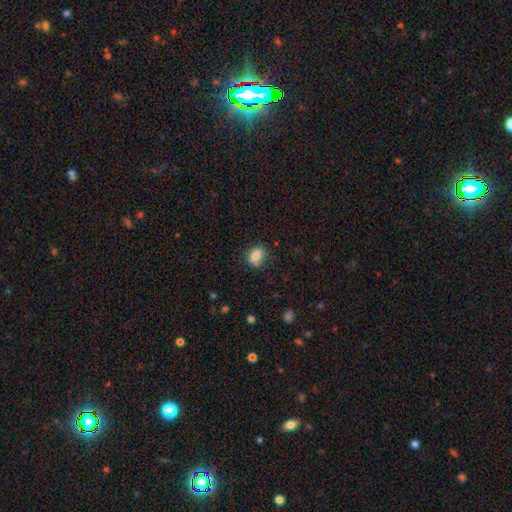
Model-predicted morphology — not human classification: smooth 81%, star or artifact 10%, featured or disk 9%. Down the decision tree: how rounded — in between (64%); merging — none (69%).